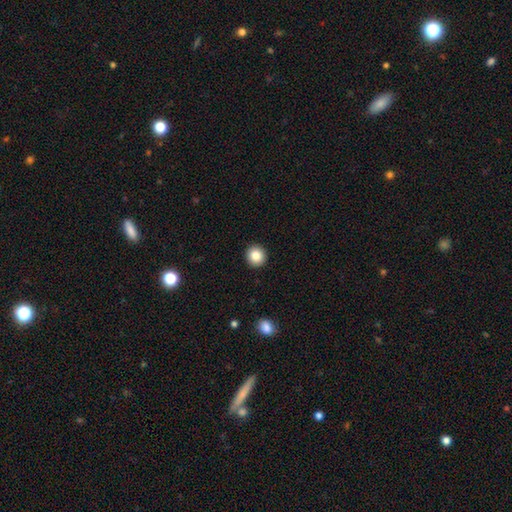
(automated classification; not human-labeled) smooth 85%, star or artifact 9%, featured or disk 6%. Down the decision tree: how rounded — round (93%); merging — none (93%).